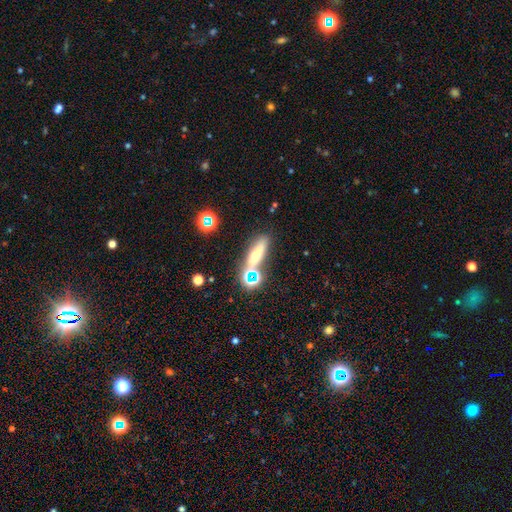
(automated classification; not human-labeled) smooth-or-featured: smooth: 50% | featured or disk: 26% | star or artifact: 24%
  merging: none: 64% | merger: 17% | minor disturbance: 13% | major disturbance: 6%